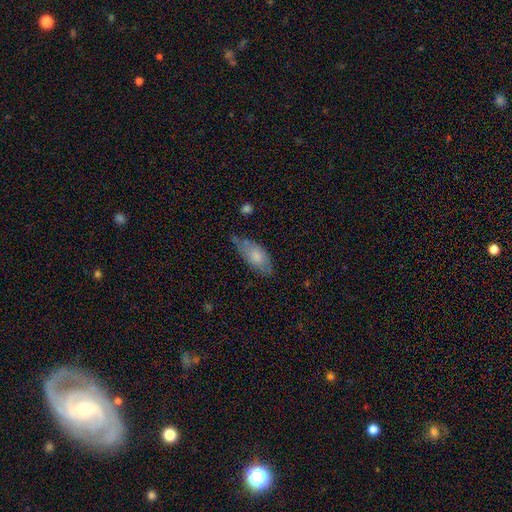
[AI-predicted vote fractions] The model was most divided on "merging": none: 48%, minor disturbance: 38%, major disturbance: 10%, merger: 4%. More confident: how rounded — in between (85%); smooth or featured — smooth (73%).